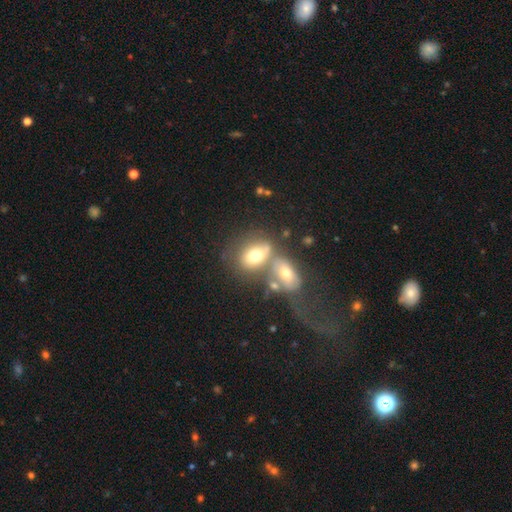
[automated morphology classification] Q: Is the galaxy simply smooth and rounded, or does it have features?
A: smooth — 68%.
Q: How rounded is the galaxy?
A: in between — 74%.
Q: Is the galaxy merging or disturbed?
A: merger — 48%.